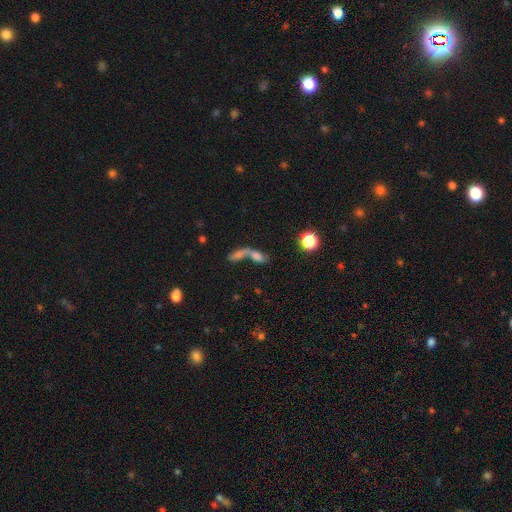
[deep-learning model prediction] smooth_or_featured: smooth (p=0.62) [alt: featured or disk p=0.23]
how_rounded: in between (p=0.62) [alt: cigar-shaped p=0.26]
merging: merger (p=0.69) [alt: none p=0.17]